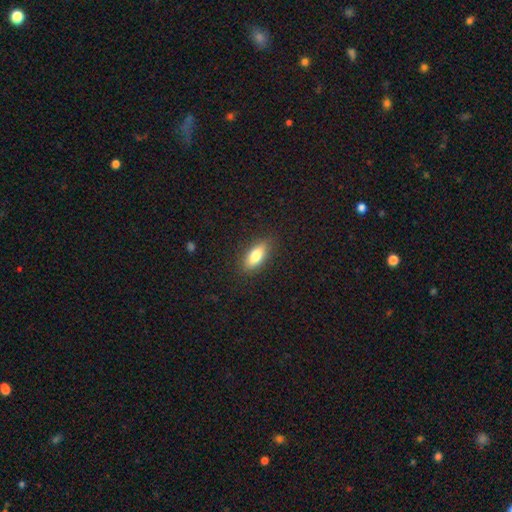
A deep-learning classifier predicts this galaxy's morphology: Smooth or featured? smooth (79%)
How rounded? in between (81%)
Merging? none (87%)